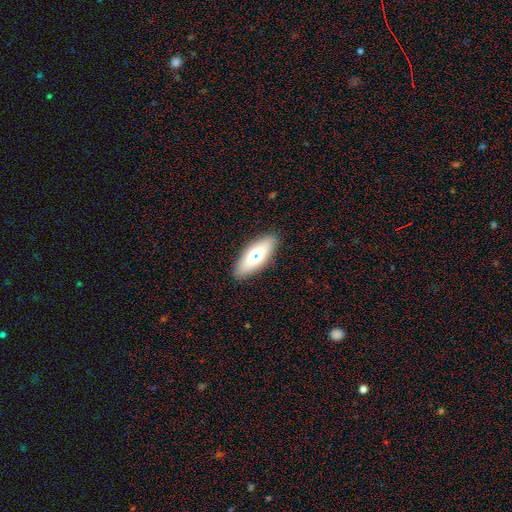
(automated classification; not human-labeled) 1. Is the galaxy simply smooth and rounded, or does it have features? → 63% smooth, 27% featured or disk, 10% star or artifact.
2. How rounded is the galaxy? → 71% in between, 25% cigar-shaped, 4% round.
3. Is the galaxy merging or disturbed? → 87% none, 8% minor disturbance, 3% major disturbance, 2% merger.